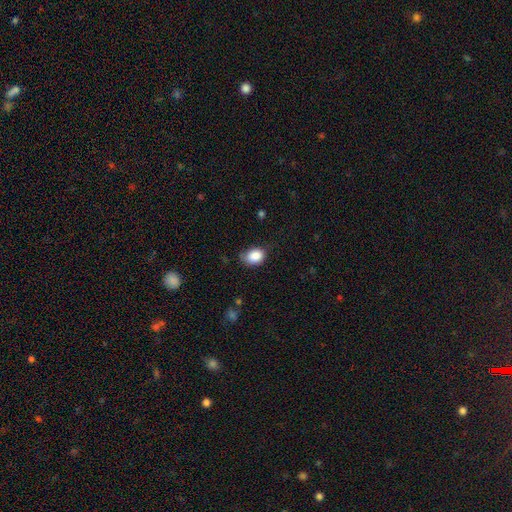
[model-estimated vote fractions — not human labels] A smooth galaxy with no disk features (87%) that is in between round and cigar-shaped (69%). Merging: none (65%).